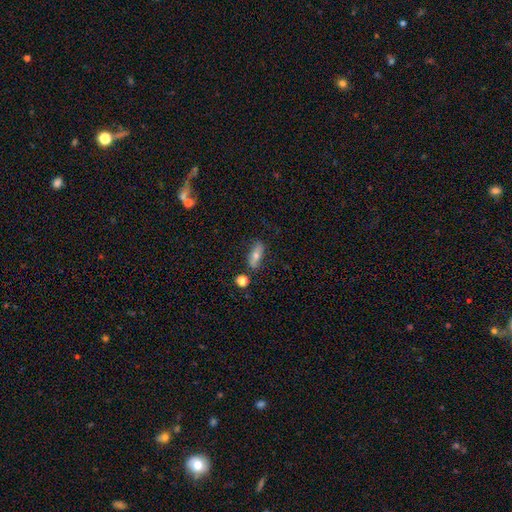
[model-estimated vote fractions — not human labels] This is possibly a smooth galaxy (55%). How rounded: likely in between (60%). Merging: likely none (73%).